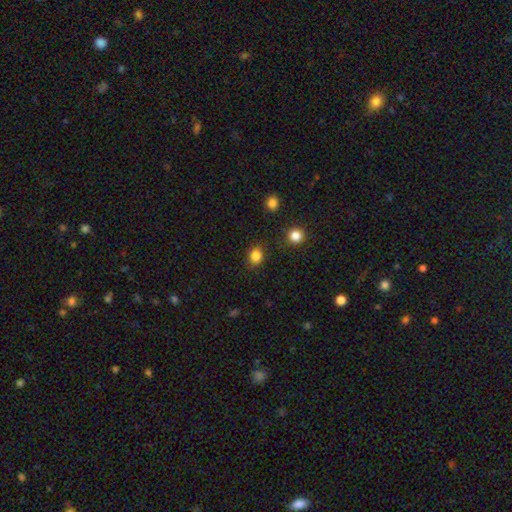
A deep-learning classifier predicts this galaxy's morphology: Smooth or featured? Predicted: smooth (p=0.84). How rounded? Predicted: round (p=0.66). Merging? Predicted: none (p=0.86).